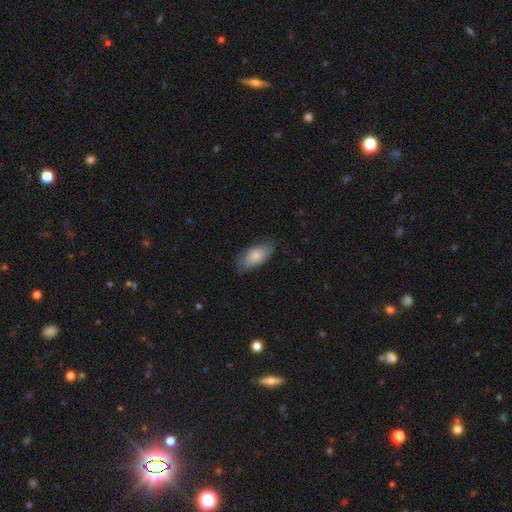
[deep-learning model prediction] This appears to be a smooth galaxy with no disk features (79%) that is in between round and cigar-shaped (91%). Merging: none (67%).